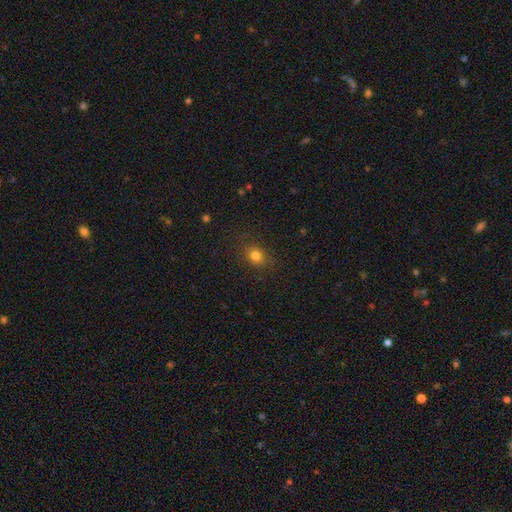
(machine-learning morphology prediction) Overall: smooth (80%). How rounded: round (50%; in between 48%). Merging: none (83%).